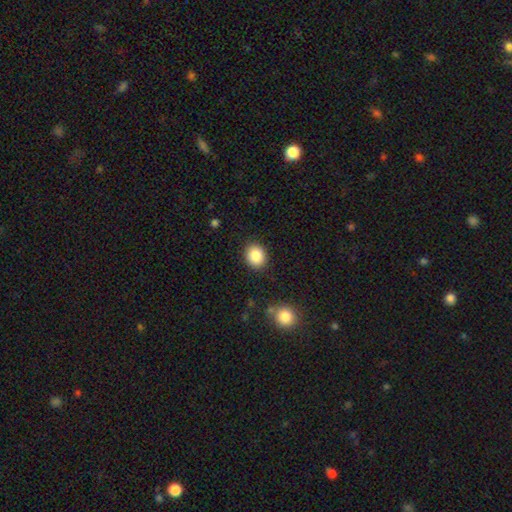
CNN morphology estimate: This appears to be a smooth galaxy with no disk features (86%) that is round (69%). Merging: none (89%).